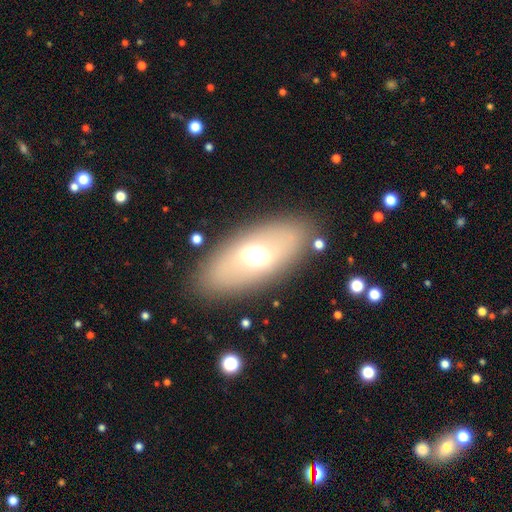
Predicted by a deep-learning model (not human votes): A smooth galaxy with no disk features (50%).

Vote fractions:
- Smooth or featured? smooth: 50% / featured or disk: 40% / star or artifact: 10%
- Merging? none: 85% / minor disturbance: 9% / major disturbance: 4% / merger: 2%